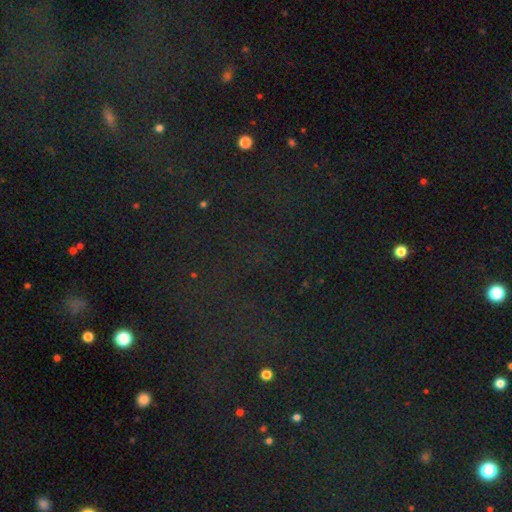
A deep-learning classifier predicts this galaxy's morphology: smooth_or_featured: star or artifact (p=0.76) [alt: smooth p=0.15]